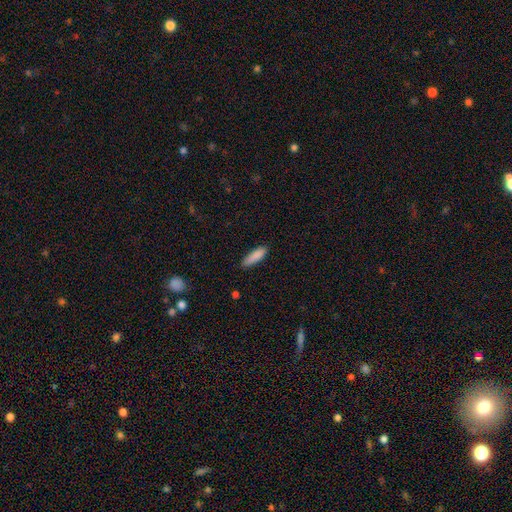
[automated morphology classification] Smooth or featured?
  - smooth: 87% *
  - star or artifact: 7%
  - featured or disk: 6%
How rounded?
  - cigar-shaped: 62% *
  - in between: 36%
  - round: 1%
Merging?
  - none: 83% *
  - minor disturbance: 13%
  - major disturbance: 2%
  - merger: 1%